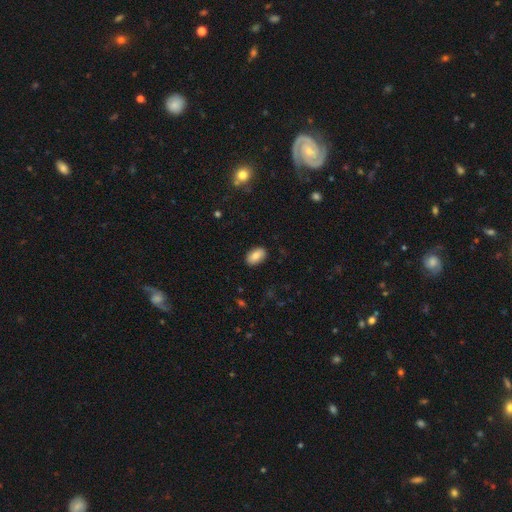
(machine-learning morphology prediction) Smooth or featured?
  - smooth: 81% *
  - featured or disk: 11%
  - star or artifact: 8%
How rounded?
  - in between: 91% *
  - round: 7%
  - cigar-shaped: 1%
Merging?
  - none: 89% *
  - minor disturbance: 8%
  - major disturbance: 2%
  - merger: 1%